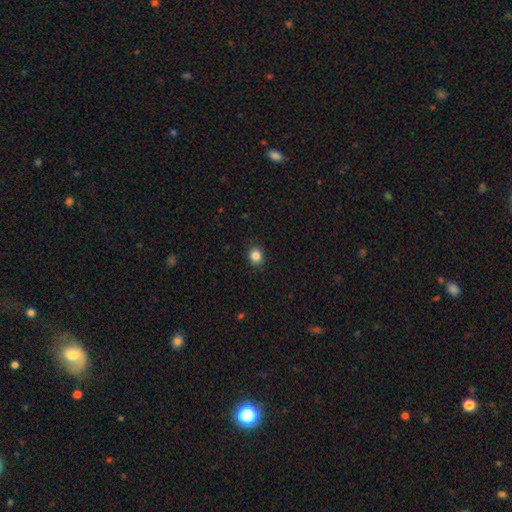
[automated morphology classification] type=smooth (85%); roundness=round (72%); merging=none (90%).